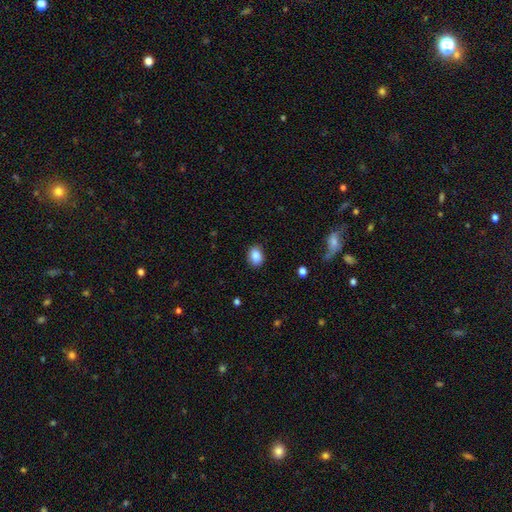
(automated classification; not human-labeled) Overall: smooth (86%). How rounded: in between (68%; round 31%). Merging: none (86%).